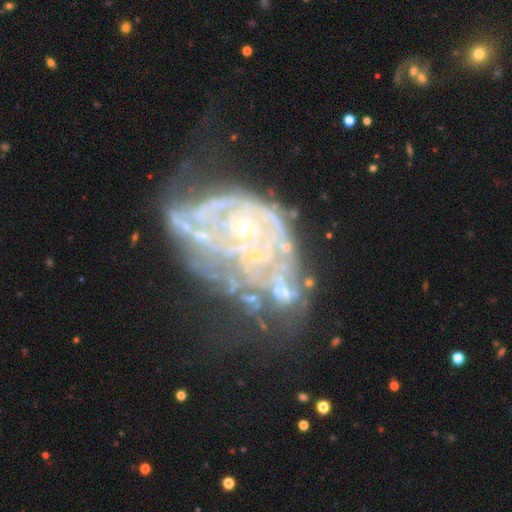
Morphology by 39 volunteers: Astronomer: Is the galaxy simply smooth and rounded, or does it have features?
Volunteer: featured or disk — 87%.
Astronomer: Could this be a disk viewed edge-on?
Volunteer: no — 100%.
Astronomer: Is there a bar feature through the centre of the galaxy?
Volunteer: no — 91%.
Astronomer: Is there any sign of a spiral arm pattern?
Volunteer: yes — 88%.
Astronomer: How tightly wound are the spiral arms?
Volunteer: tight — 63%.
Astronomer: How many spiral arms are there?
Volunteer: can't tell — 53%.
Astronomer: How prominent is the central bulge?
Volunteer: small — 85%.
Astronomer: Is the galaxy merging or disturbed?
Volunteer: major disturbance — 45% (runner-up: merger, 29%).